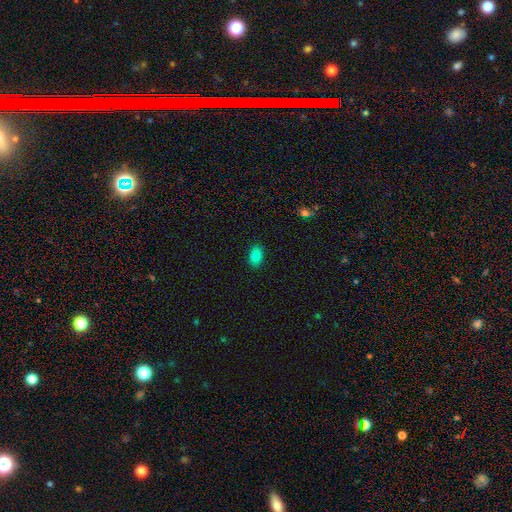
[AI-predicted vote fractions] smooth 86%, star or artifact 10%, featured or disk 4%. Down the decision tree: how rounded — in between (90%); merging — none (88%).